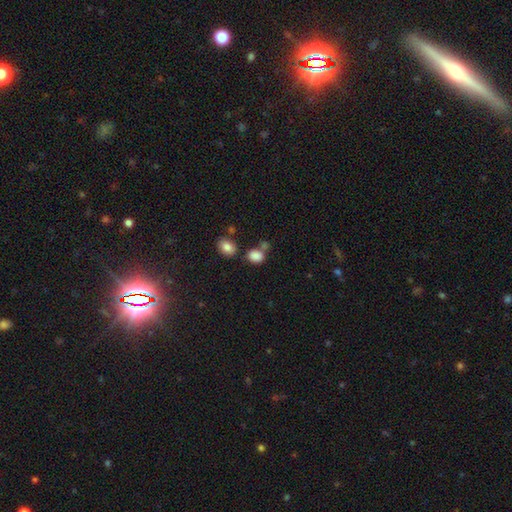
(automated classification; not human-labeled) smooth_or_featured: smooth (p=0.85) [alt: star or artifact p=0.10]
how_rounded: in between (p=0.68) [alt: round p=0.30]
merging: none (p=0.56) [alt: merger p=0.23]